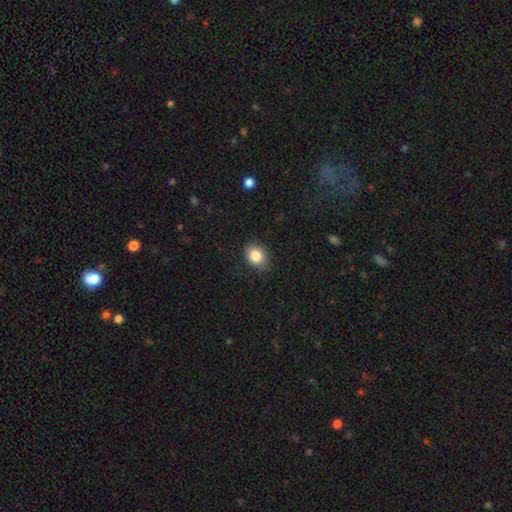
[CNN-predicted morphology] Smooth or featured? smooth (86%)
How rounded? in between (58%)
Merging? none (79%)